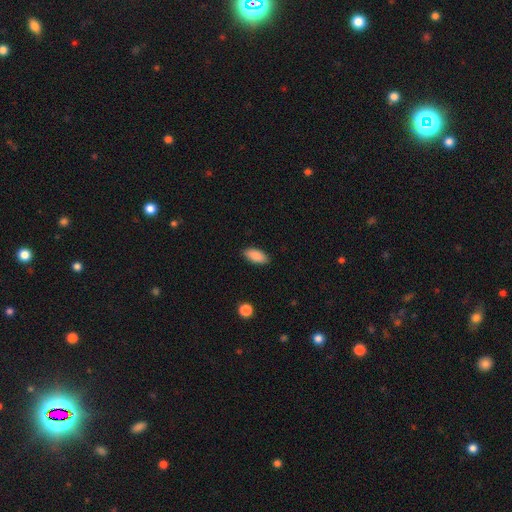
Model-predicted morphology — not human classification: Smooth or featured?
  - smooth: 88% *
  - star or artifact: 7%
  - featured or disk: 5%
How rounded?
  - in between: 89% *
  - cigar-shaped: 9%
  - round: 2%
Merging?
  - none: 88% *
  - minor disturbance: 9%
  - major disturbance: 2%
  - merger: 1%